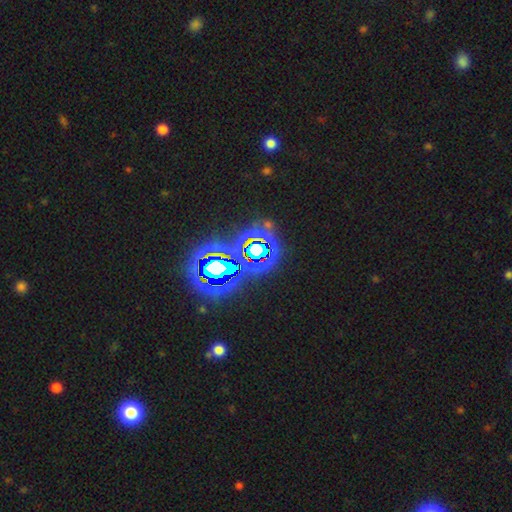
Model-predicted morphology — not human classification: A star or artifact, not a galaxy (81%).

Vote fractions:
- Smooth or featured? star or artifact: 81% / smooth: 11% / featured or disk: 8%